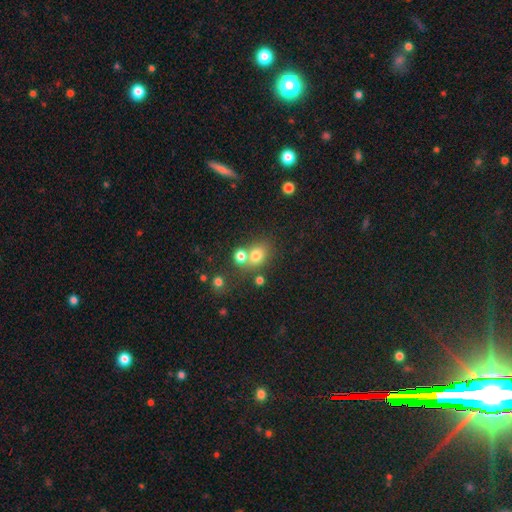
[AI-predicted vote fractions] Q: Smooth or featured?
A: smooth (75%); runner-up: star or artifact (15%)
Q: How rounded?
A: round (56%); runner-up: in between (43%)
Q: Merging?
A: none (52%); runner-up: merger (33%)